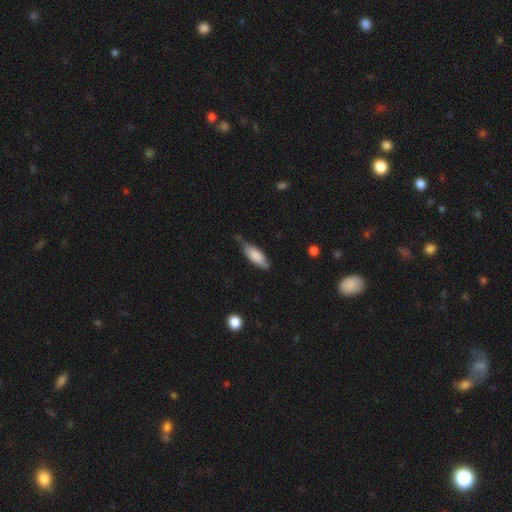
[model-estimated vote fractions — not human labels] Overall: smooth (79%). How rounded: in between (68%; cigar-shaped 30%). Merging: none (55%; minor disturbance 34%).